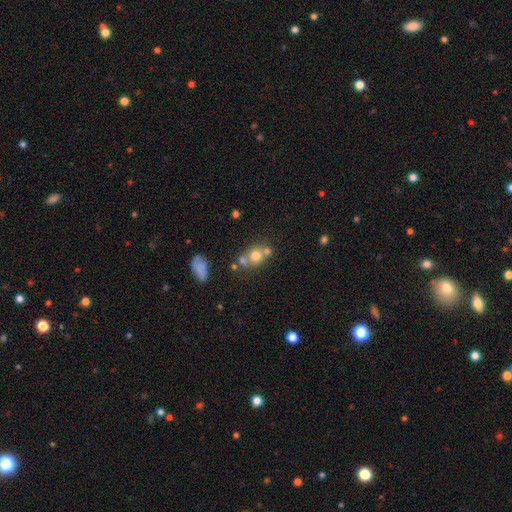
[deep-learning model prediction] A smooth galaxy with no disk features (67%) that is round (72%).

Vote fractions:
- Smooth or featured? smooth: 67% / featured or disk: 19% / star or artifact: 13%
- How rounded? round: 72% / in between: 27% / cigar-shaped: 1%
- Merging? none: 46% / merger: 38% / minor disturbance: 11% / major disturbance: 5%